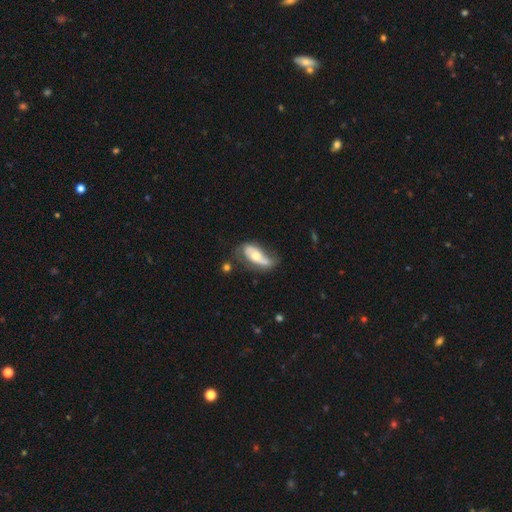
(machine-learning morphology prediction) This appears to be a featured or disk galaxy (59%). Merging: none (42%).